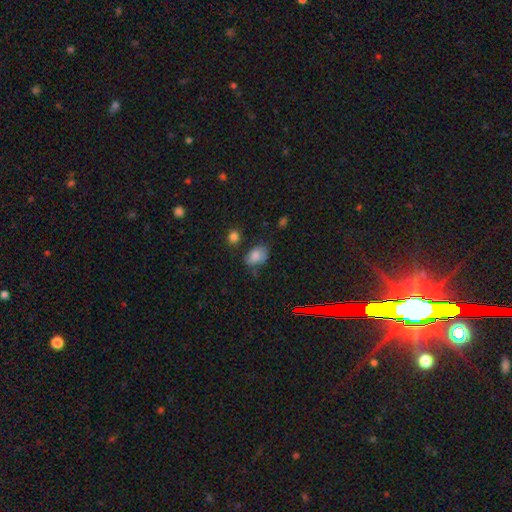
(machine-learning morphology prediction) Smooth or featured?
  - smooth: 74% *
  - featured or disk: 14%
  - star or artifact: 12%
How rounded?
  - in between: 77% *
  - round: 22%
  - cigar-shaped: 1%
Merging?
  - none: 53% *
  - minor disturbance: 30%
  - major disturbance: 11%
  - merger: 6%